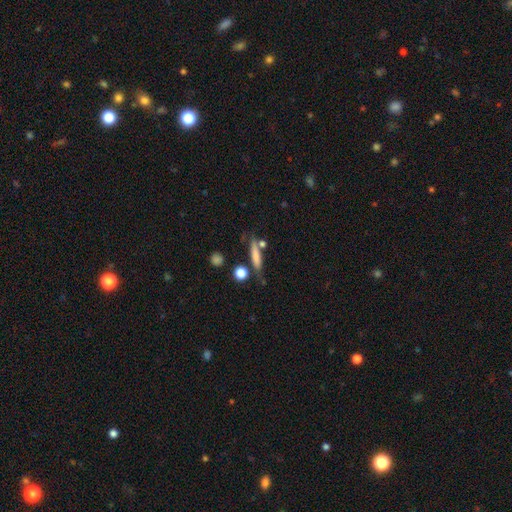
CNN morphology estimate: Smooth or featured? Predicted: smooth (p=0.70). How rounded? Predicted: cigar-shaped (p=0.78). Merging? Predicted: none (p=0.67).